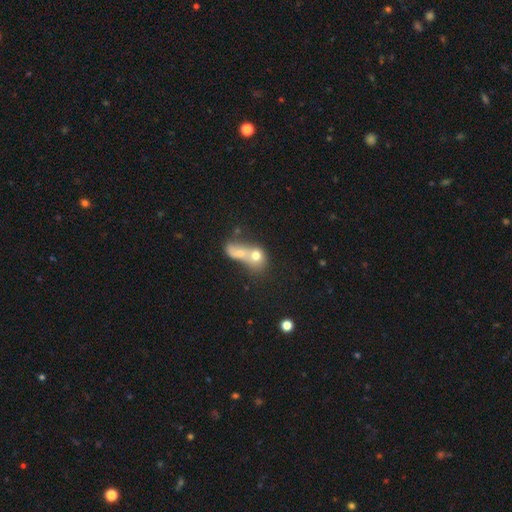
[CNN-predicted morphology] Smooth or featured? smooth (66%)
How rounded? round (57%)
Merging? merger (78%)